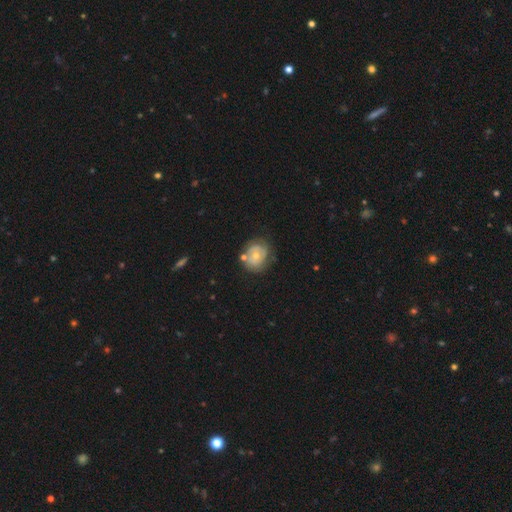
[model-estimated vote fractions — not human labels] The model was most divided on "bulge size": moderate: 48%, small: 47%, large: 2%, none: 2%, dominant: 1%. More confident: edge-on disk — no (97%); bar — no (80%); merging — none (62%); spiral arms — yes (59%); smooth or featured — featured or disk (53%).